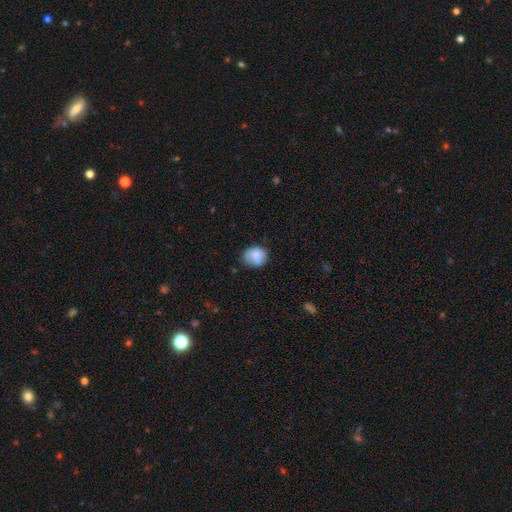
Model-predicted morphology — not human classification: The model was most divided on "how rounded": round: 57%, in between: 42%, cigar-shaped: 1%. More confident: smooth or featured — smooth (81%); merging — none (61%).